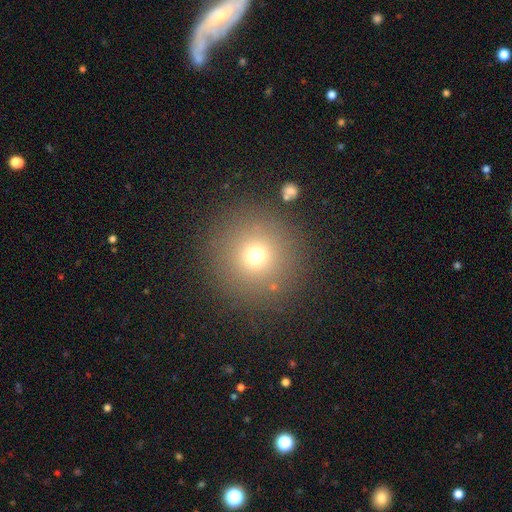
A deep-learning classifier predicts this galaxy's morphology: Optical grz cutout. It shows a smooth galaxy with no disk features (70%) that is round (96%). Merging: none (87%).